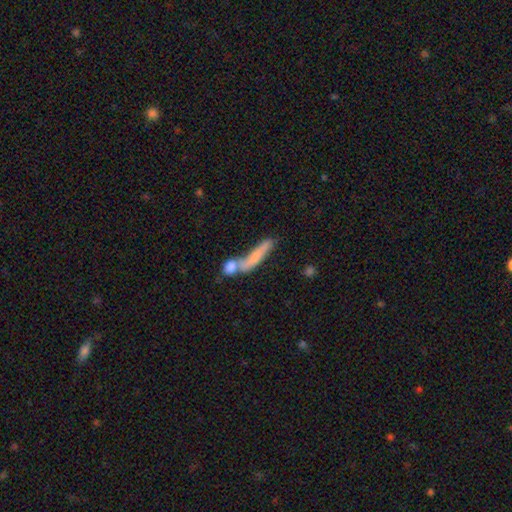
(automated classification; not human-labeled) Overall: smooth (66%). How rounded: cigar-shaped (80%). Merging: merger (49%; none 30%).